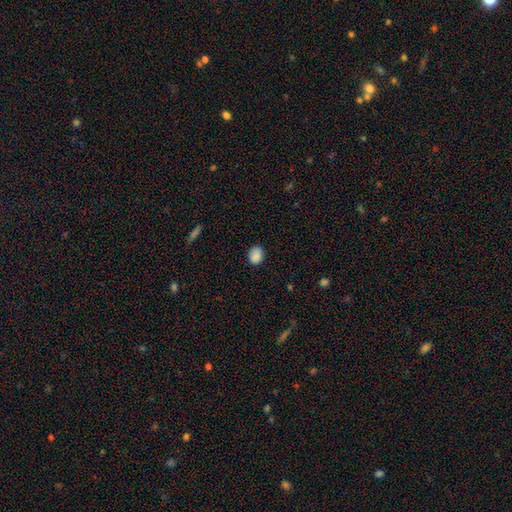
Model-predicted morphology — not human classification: Smooth or featured: smooth — 88% (star or artifact — 9%)
How rounded: round — 51% (in between — 48%)
Merging: none — 83% (minor disturbance — 13%)